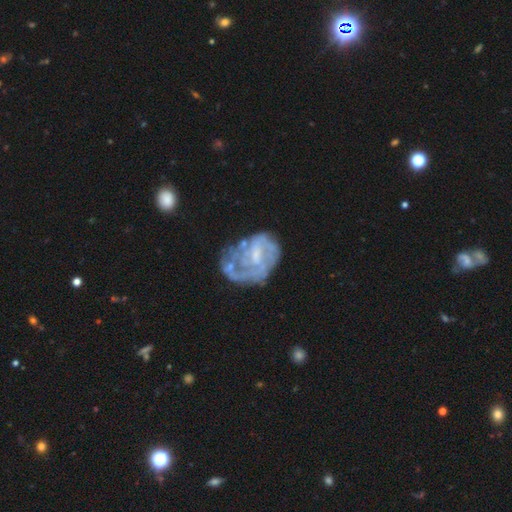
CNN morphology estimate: Overall: featured or disk (74%). Edge-on disk: no (98%). Bar: weak (45%; no 43%). Spiral arms: yes (62%; no 38%). Bulge size: small (40%; none 32%). Merging: none (40%; major disturbance 29%).